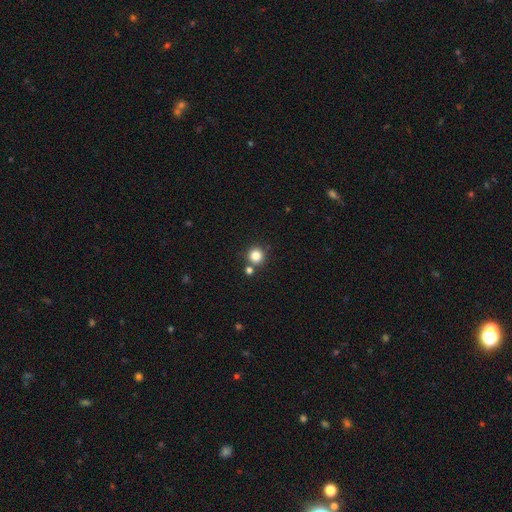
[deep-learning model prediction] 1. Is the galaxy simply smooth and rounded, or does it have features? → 83% smooth, 12% star or artifact, 5% featured or disk.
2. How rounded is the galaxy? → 93% round, 6% in between, 1% cigar-shaped.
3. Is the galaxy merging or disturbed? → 76% none, 14% merger, 7% minor disturbance, 3% major disturbance.